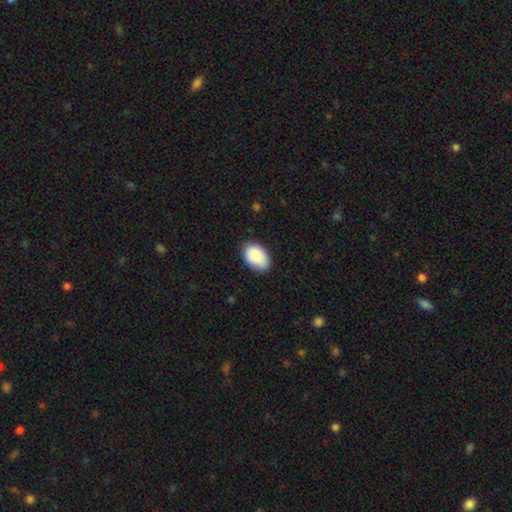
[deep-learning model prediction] The model was most divided on "merging": none: 81%, minor disturbance: 16%, major disturbance: 2%, merger: 1%. More confident: how rounded — in between (91%); smooth or featured — smooth (87%).